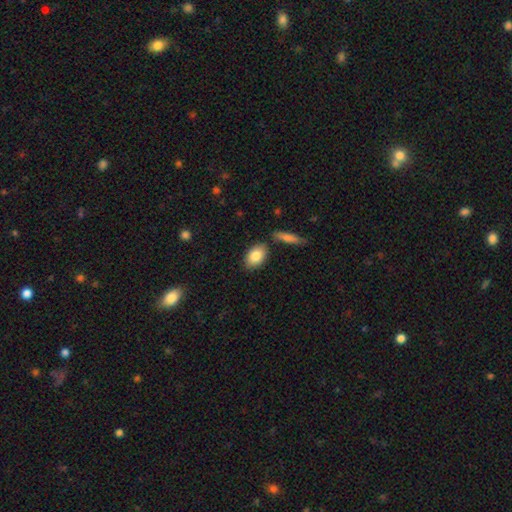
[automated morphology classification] Smooth or featured?
  - smooth: 83% *
  - featured or disk: 11%
  - star or artifact: 6%
How rounded?
  - in between: 88% *
  - round: 10%
  - cigar-shaped: 3%
Merging?
  - none: 79% *
  - minor disturbance: 11%
  - merger: 7%
  - major disturbance: 3%